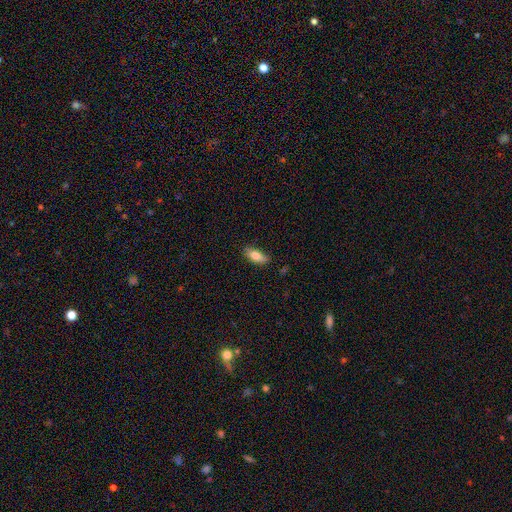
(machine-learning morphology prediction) Smooth or featured? smooth (80%)
How rounded? in between (80%)
Merging? none (76%)